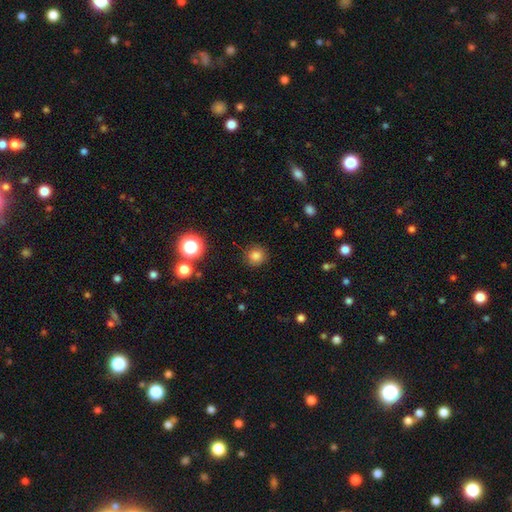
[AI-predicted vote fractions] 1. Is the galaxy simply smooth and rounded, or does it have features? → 81% smooth, 14% star or artifact, 5% featured or disk.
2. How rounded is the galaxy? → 93% round, 6% in between, 1% cigar-shaped.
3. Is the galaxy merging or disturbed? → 88% none, 8% minor disturbance, 3% major disturbance, 2% merger.